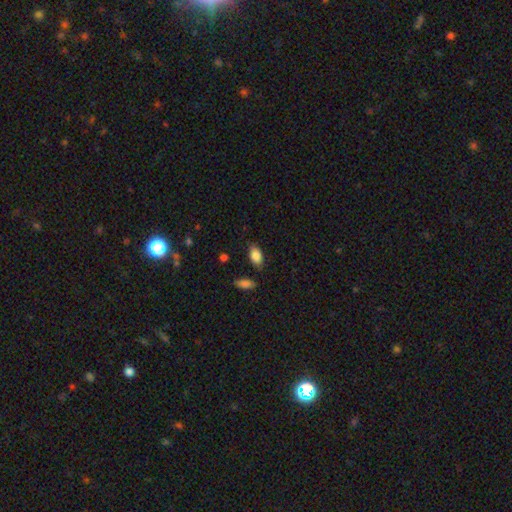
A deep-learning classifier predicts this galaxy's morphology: Smooth or featured? smooth (87%)
How rounded? in between (92%)
Merging? none (81%)